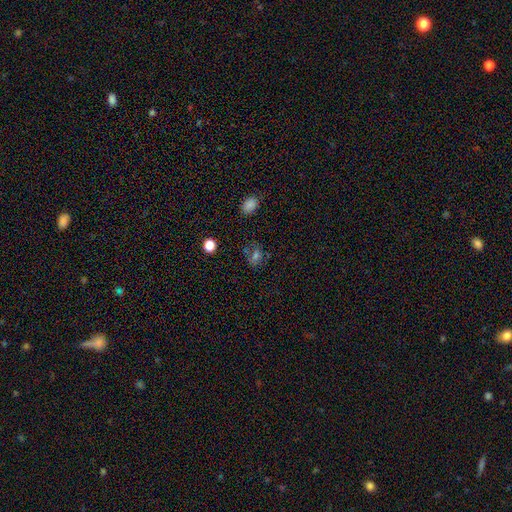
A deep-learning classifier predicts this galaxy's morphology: A smooth galaxy with no disk features (50%) that is in between round and cigar-shaped (54%).

Vote fractions:
- Smooth or featured? smooth: 50% / star or artifact: 32% / featured or disk: 18%
- How rounded? in between: 54% / round: 43% / cigar-shaped: 3%
- Merging? none: 67% / minor disturbance: 18% / major disturbance: 9% / merger: 5%